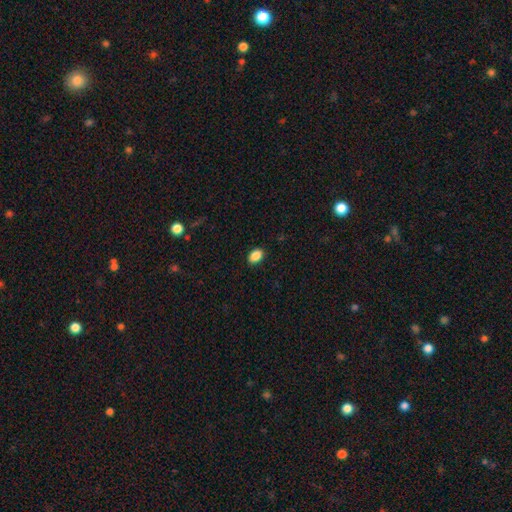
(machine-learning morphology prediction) Overall: smooth (88%). How rounded: in between (84%). Merging: none (89%).